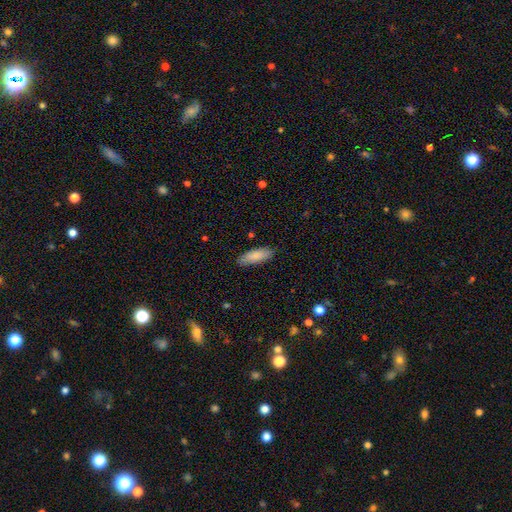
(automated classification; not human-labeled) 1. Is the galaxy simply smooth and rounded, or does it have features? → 85% smooth, 9% featured or disk, 6% star or artifact.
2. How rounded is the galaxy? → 67% in between, 31% cigar-shaped, 2% round.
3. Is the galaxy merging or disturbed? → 86% none, 11% minor disturbance, 2% major disturbance, 1% merger.